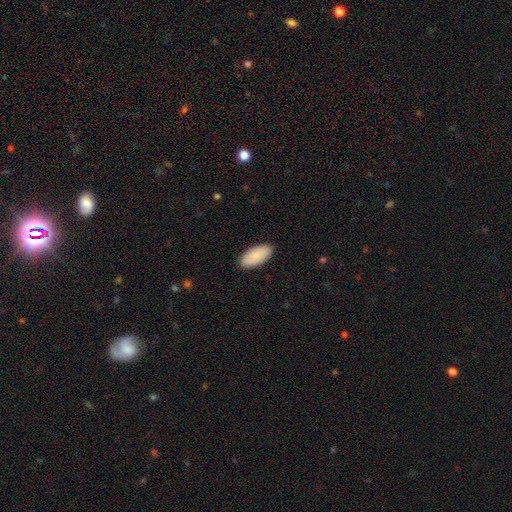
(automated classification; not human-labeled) Smooth or featured: smooth — 86% (featured or disk — 8%)
How rounded: in between — 94% (cigar-shaped — 4%)
Merging: none — 89% (minor disturbance — 9%)